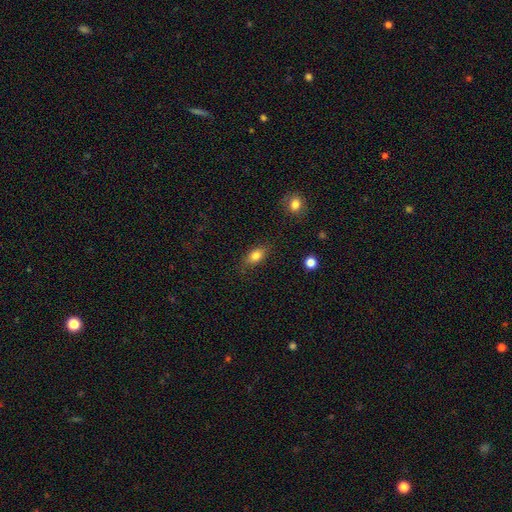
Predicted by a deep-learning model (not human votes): The model was most divided on "merging": none: 81%, minor disturbance: 14%, major disturbance: 4%, merger: 1%. More confident: how rounded — in between (84%); smooth or featured — smooth (80%).